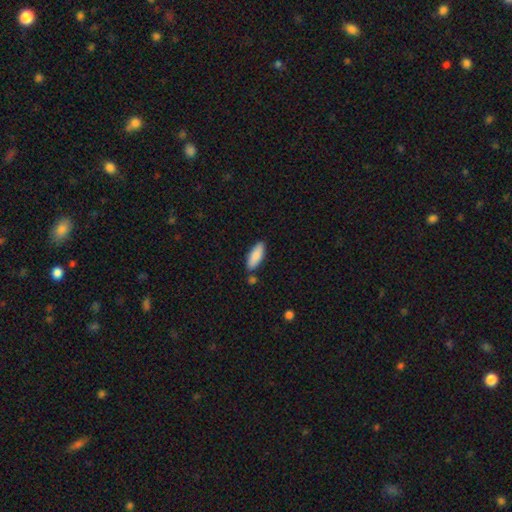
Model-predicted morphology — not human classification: A smooth galaxy with no disk features (87%) that is in between round and cigar-shaped (66%).

Vote fractions:
- Smooth or featured? smooth: 87% / featured or disk: 7% / star or artifact: 6%
- How rounded? in between: 66% / cigar-shaped: 33% / round: 2%
- Merging? none: 79% / minor disturbance: 12% / merger: 6% / major disturbance: 2%